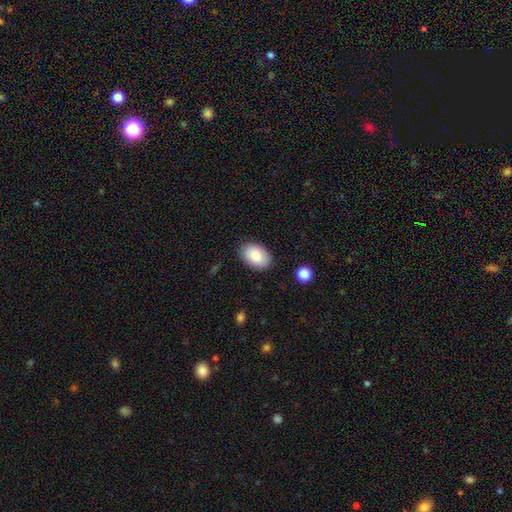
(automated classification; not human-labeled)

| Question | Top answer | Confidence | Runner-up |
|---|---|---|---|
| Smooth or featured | smooth | 87% | featured or disk (7%) |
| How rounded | in between | 90% | round (9%) |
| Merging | none | 86% | minor disturbance (10%) |